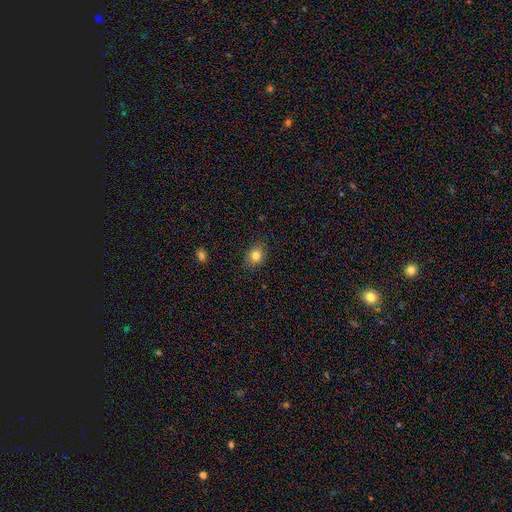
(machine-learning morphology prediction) Smooth or featured? smooth (82%)
How rounded? round (58%)
Merging? none (84%)